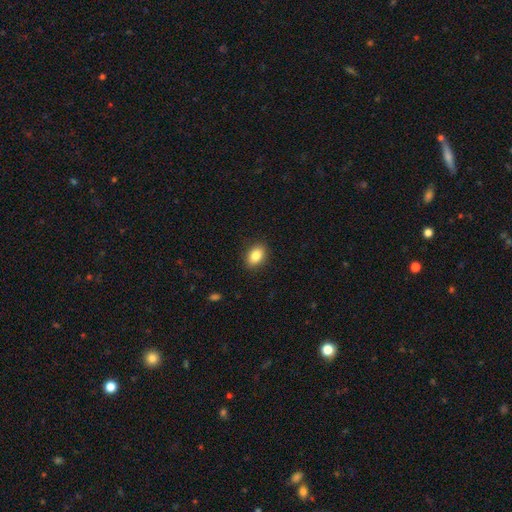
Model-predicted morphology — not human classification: type=smooth (85%); roundness=in between (80%); merging=none (89%).